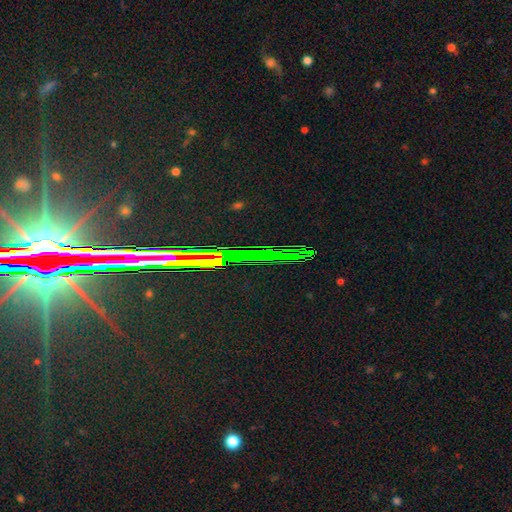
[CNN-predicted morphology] Smooth or featured?
  - star or artifact: 82% *
  - featured or disk: 11%
  - smooth: 7%